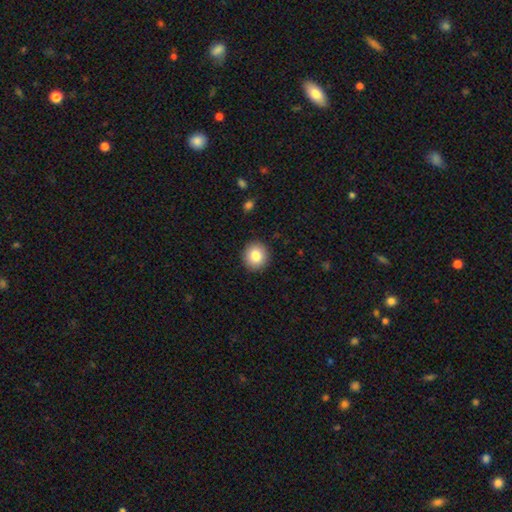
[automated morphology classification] Smooth or featured: smooth — 83% (star or artifact — 9%)
How rounded: round — 91% (in between — 8%)
Merging: none — 92% (minor disturbance — 6%)